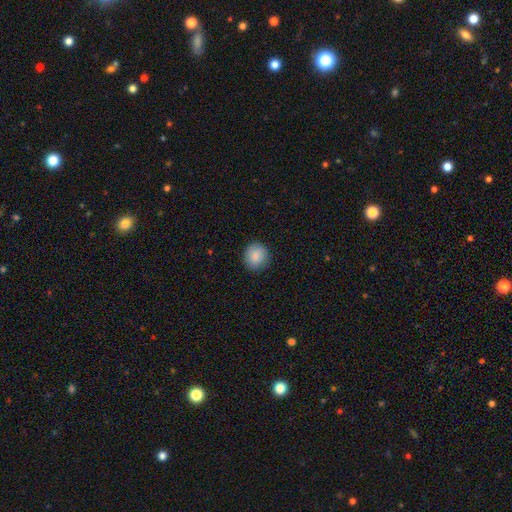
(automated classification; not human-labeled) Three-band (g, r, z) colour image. It shows a smooth galaxy with no disk features (88%) that is round (88%). Merging: none (90%).